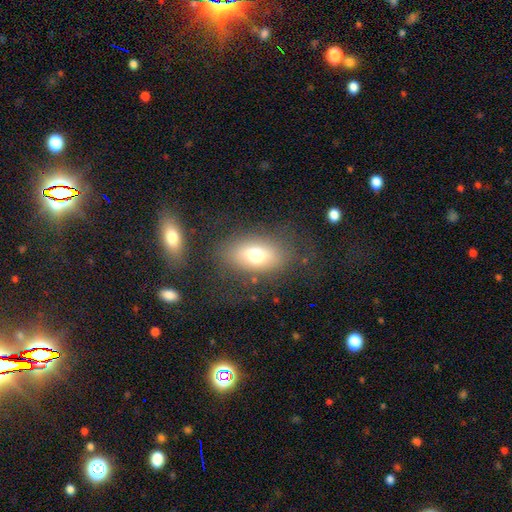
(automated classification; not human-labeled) A smooth galaxy with no disk features (69%) that is in between round and cigar-shaped (81%).

Vote fractions:
- Smooth or featured? smooth: 69% / featured or disk: 19% / star or artifact: 12%
- How rounded? in between: 81% / round: 16% / cigar-shaped: 3%
- Merging? none: 76% / minor disturbance: 14% / major disturbance: 9% / merger: 2%